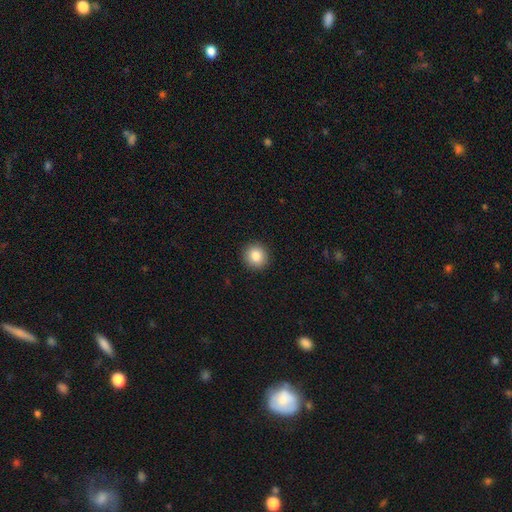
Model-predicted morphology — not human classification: A smooth galaxy with no disk features (84%) that is round (90%).

Vote fractions:
- Smooth or featured? smooth: 84% / star or artifact: 9% / featured or disk: 7%
- How rounded? round: 90% / in between: 9% / cigar-shaped: 1%
- Merging? none: 92% / minor disturbance: 5% / major disturbance: 2% / merger: 1%